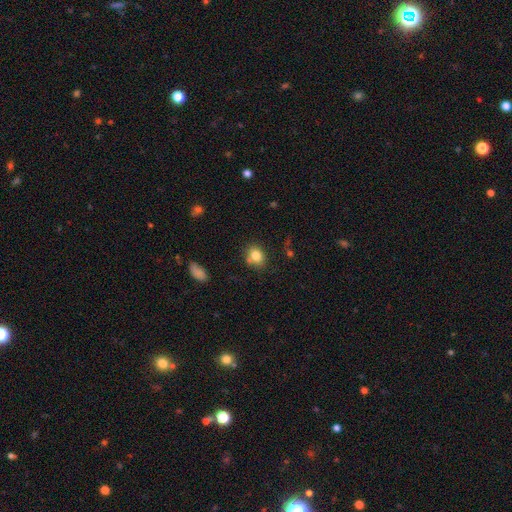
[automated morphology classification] Overall: smooth (81%). How rounded: round (50%; in between 49%). Merging: none (71%).